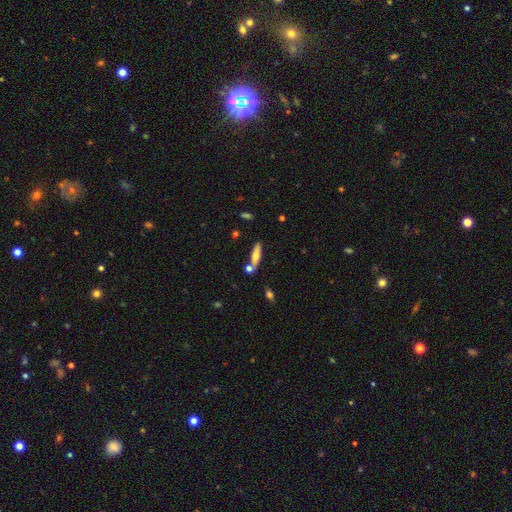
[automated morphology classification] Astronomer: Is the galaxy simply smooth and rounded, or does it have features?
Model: smooth — 63%.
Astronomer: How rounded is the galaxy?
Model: cigar-shaped — 69%.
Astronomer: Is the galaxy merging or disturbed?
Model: none — 71%.